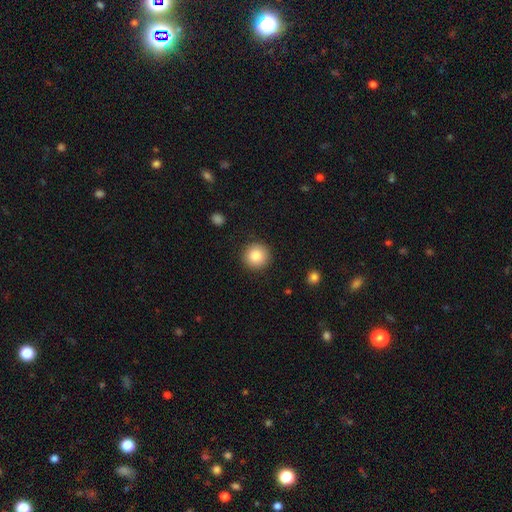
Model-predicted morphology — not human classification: A smooth galaxy with no disk features (85%) that is round (95%). Merging: none (90%).